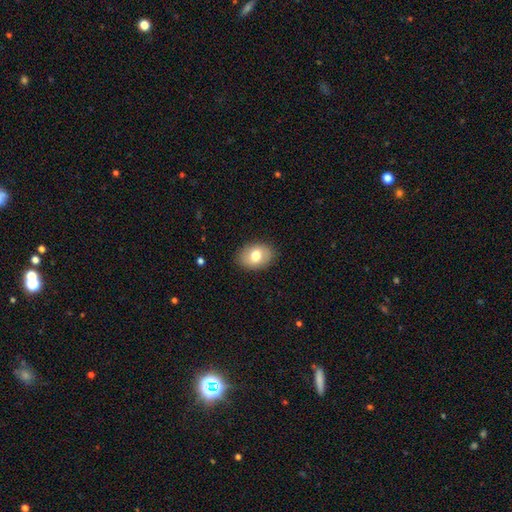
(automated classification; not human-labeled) Q: Smooth or featured?
A: smooth (74%); runner-up: featured or disk (19%)
Q: How rounded?
A: in between (74%); runner-up: round (25%)
Q: Merging?
A: none (87%); runner-up: minor disturbance (10%)